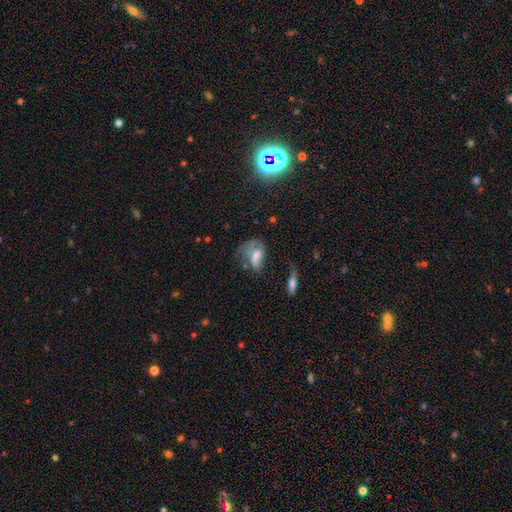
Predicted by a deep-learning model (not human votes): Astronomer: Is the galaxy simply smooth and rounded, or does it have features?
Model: smooth — 46% (runner-up: featured or disk, 40%).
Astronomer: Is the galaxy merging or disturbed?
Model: major disturbance — 46% (runner-up: none, 24%).